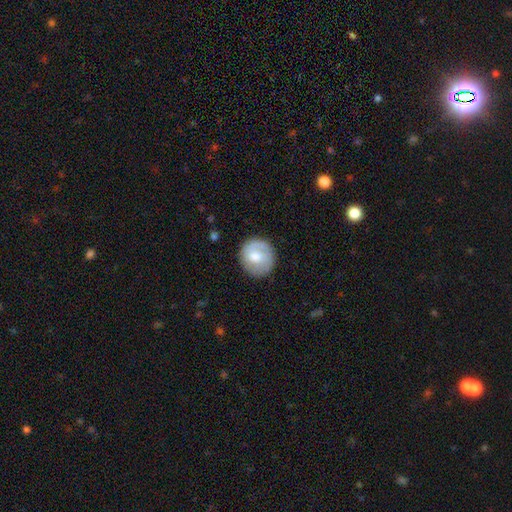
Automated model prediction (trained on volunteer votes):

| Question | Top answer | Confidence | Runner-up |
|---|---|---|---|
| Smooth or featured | smooth | 61% | featured or disk (32%) |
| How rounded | round | 89% | in between (10%) |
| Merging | none | 84% | minor disturbance (12%) |